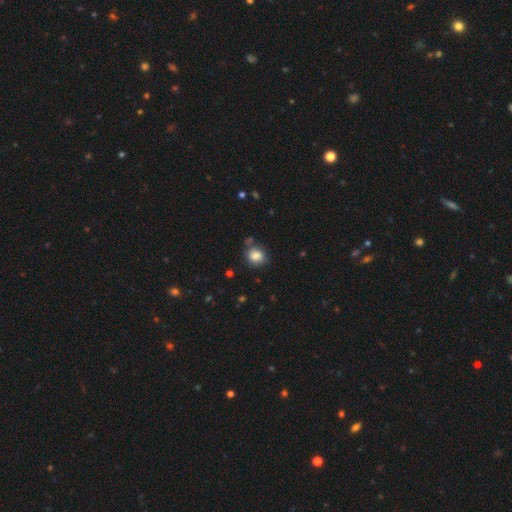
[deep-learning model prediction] Smooth or featured?
  - smooth: 84% *
  - star or artifact: 10%
  - featured or disk: 6%
How rounded?
  - round: 65% *
  - in between: 34%
  - cigar-shaped: 1%
Merging?
  - none: 67% *
  - minor disturbance: 20%
  - merger: 7%
  - major disturbance: 5%